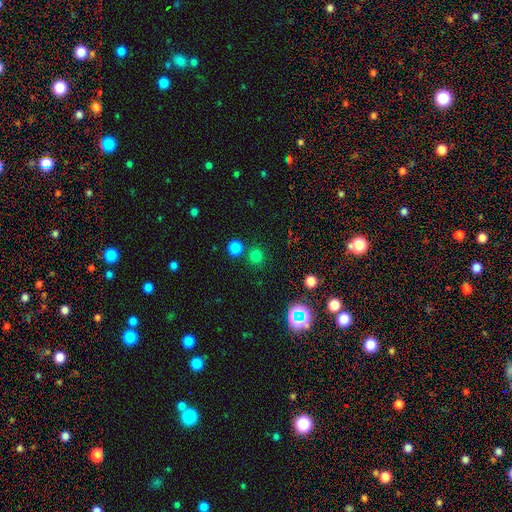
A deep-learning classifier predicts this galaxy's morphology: A smooth galaxy with no disk features (74%) that is round (93%).

Vote fractions:
- Smooth or featured? smooth: 74% / star or artifact: 22% / featured or disk: 4%
- How rounded? round: 93% / in between: 6% / cigar-shaped: 1%
- Merging? none: 79% / merger: 12% / minor disturbance: 6% / major disturbance: 3%